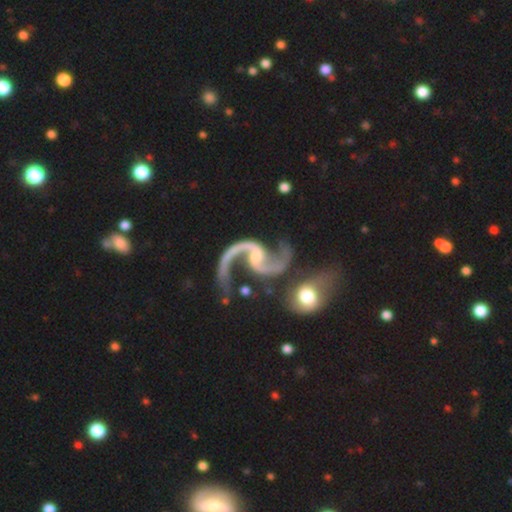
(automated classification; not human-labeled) featured or disk 94%, star or artifact 4%, smooth 2%. Down the decision tree: edge-on disk — no (98%); bar — no (42%, tied with weak); spiral arms — yes (98%); spiral arm count — 2 (94%); spiral winding — loose (73%); bulge size — small (58%); merging — none (50%).